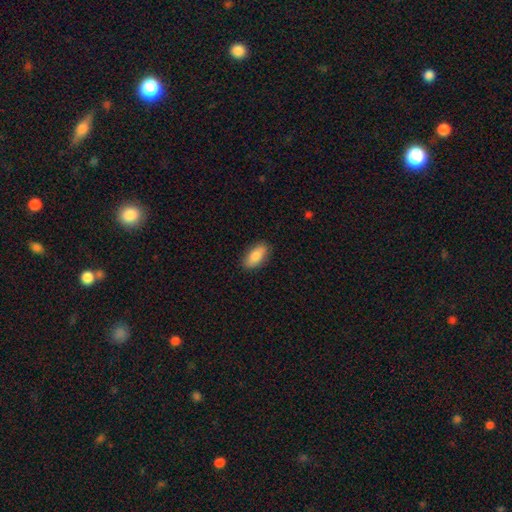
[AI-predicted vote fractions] Smooth or featured? smooth (84%)
How rounded? in between (87%)
Merging? none (88%)